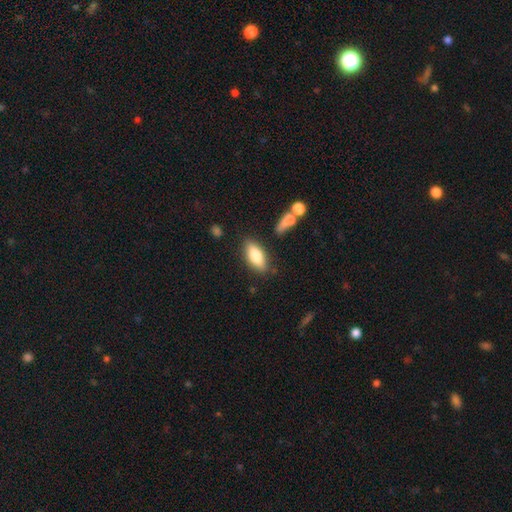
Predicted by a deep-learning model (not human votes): Smooth or featured?
  - smooth: 72% *
  - featured or disk: 21%
  - star or artifact: 7%
How rounded?
  - in between: 77% *
  - cigar-shaped: 20%
  - round: 3%
Merging?
  - none: 80% *
  - minor disturbance: 12%
  - merger: 5%
  - major disturbance: 3%